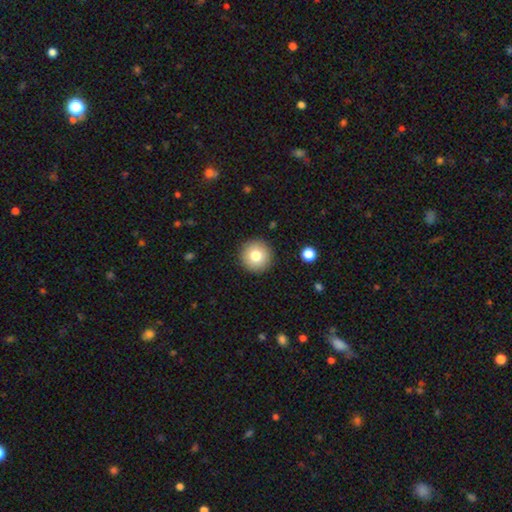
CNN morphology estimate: Smooth or featured? smooth (78%)
How rounded? round (95%)
Merging? none (91%)